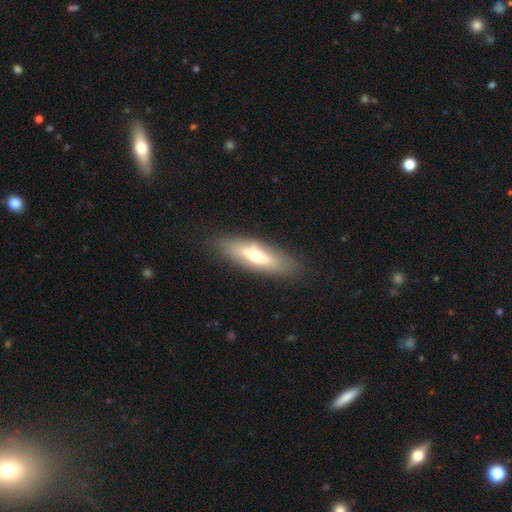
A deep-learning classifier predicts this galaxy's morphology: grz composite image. It shows a smooth galaxy with no disk features (52%) that is in between round and cigar-shaped (49%). Merging: none (85%).